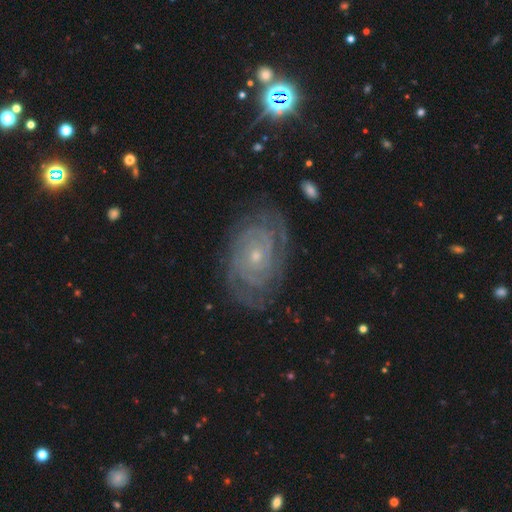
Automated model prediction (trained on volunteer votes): Morphology: type=featured or disk (85%); edge-on=no (96%); bar=no (77%); spiral arms=yes (96%); winding=tight (80%); arm count=can't tell (32%); bulge=small (80%); merging=none (79%).